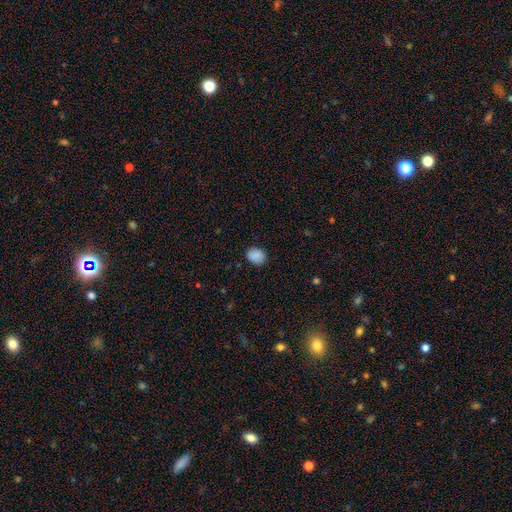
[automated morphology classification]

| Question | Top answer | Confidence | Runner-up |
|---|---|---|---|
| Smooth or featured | smooth | 88% | star or artifact (8%) |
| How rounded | in between | 51% | round (48%) |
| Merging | none | 83% | minor disturbance (13%) |